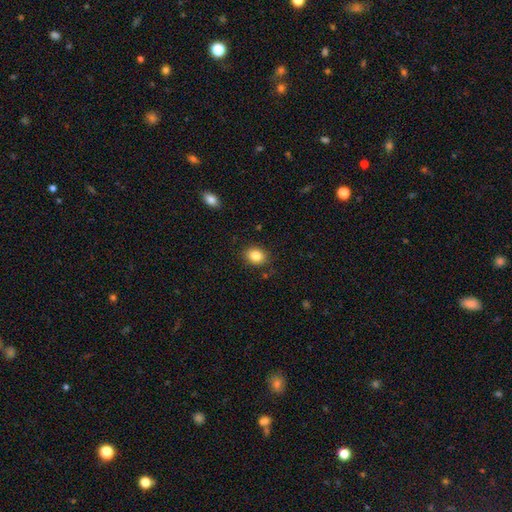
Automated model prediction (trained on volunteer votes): Q: Smooth or featured?
A: smooth (85%); runner-up: star or artifact (9%)
Q: How rounded?
A: in between (53%); runner-up: round (46%)
Q: Merging?
A: none (85%); runner-up: minor disturbance (10%)